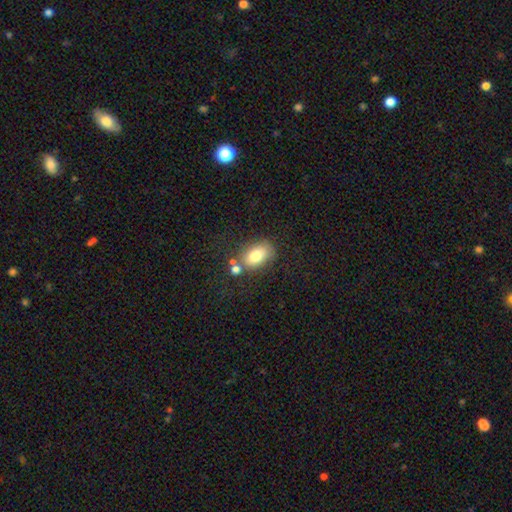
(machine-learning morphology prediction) smooth 79%, featured or disk 13%, star or artifact 9%. Down the decision tree: how rounded — in between (85%); merging — none (63%).